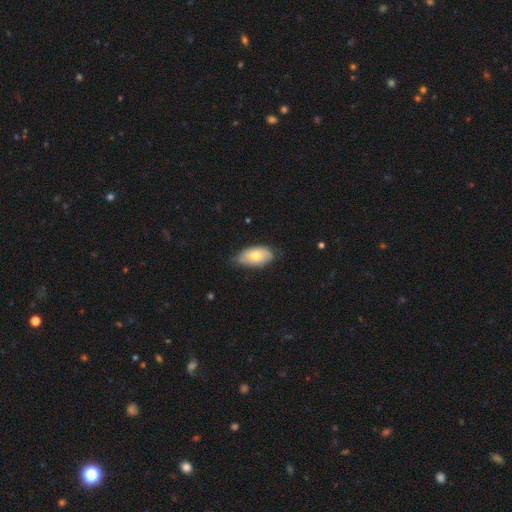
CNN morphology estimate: Smooth or featured?
  - smooth: 65% *
  - featured or disk: 28%
  - star or artifact: 6%
How rounded?
  - in between: 93% *
  - round: 4%
  - cigar-shaped: 3%
Merging?
  - none: 60% *
  - minor disturbance: 34%
  - major disturbance: 5%
  - merger: 1%